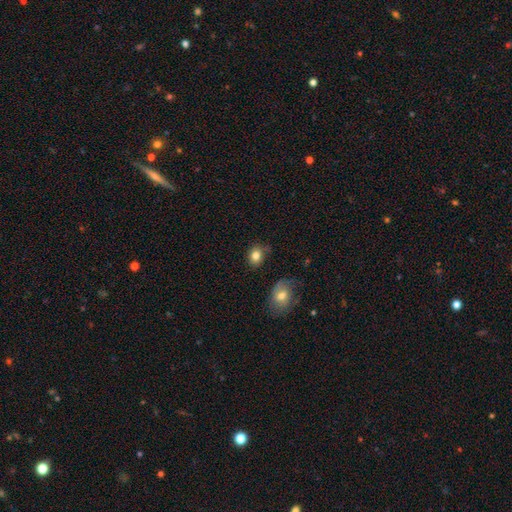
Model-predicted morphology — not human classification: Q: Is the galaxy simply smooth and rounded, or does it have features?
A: smooth — 83%.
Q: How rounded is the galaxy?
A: in between — 50%.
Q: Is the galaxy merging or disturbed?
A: none — 75%.